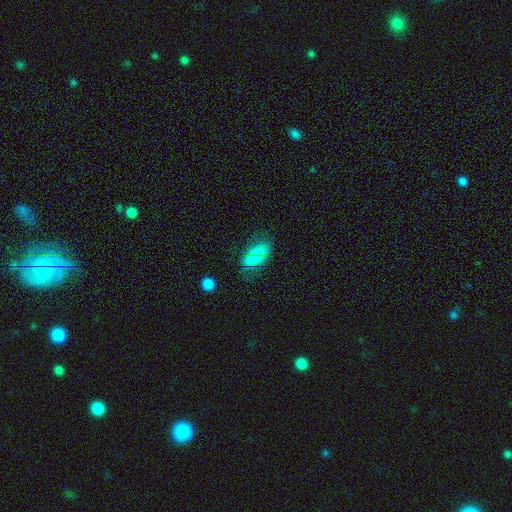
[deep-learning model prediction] The model was most divided on "merging": none: 65%, minor disturbance: 21%, major disturbance: 8%, merger: 5%. More confident: how rounded — in between (89%); smooth or featured — smooth (70%).